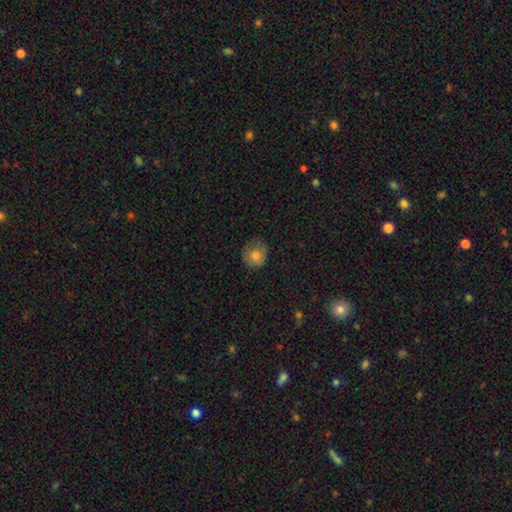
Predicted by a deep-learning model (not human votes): Overall: smooth (77%). How rounded: round (82%). Merging: none (73%).